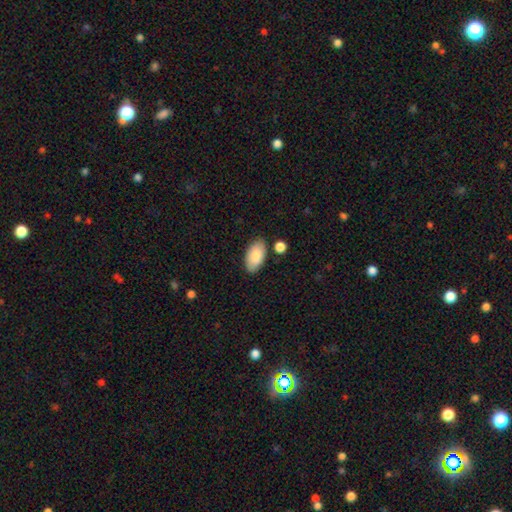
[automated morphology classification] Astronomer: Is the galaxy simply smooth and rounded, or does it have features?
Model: smooth — 86%.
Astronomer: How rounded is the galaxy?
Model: in between — 95%.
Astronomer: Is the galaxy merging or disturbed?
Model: none — 80%.